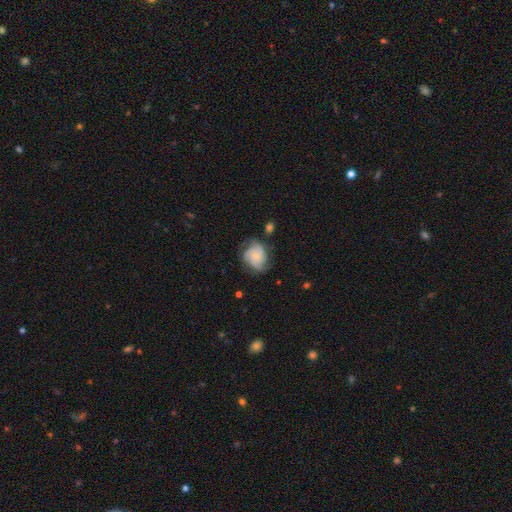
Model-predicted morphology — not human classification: Smooth or featured? Predicted: featured or disk (p=0.61). Edge-on disk? Predicted: no (p=0.98). Bar? Predicted: no (p=0.77). Spiral arms? Predicted: yes (p=0.91). Spiral winding? Predicted: tight (p=0.43). Spiral arm count? Predicted: 3 (p=0.34). Bulge size? Predicted: small (p=0.58). Merging? Predicted: none (p=0.60).